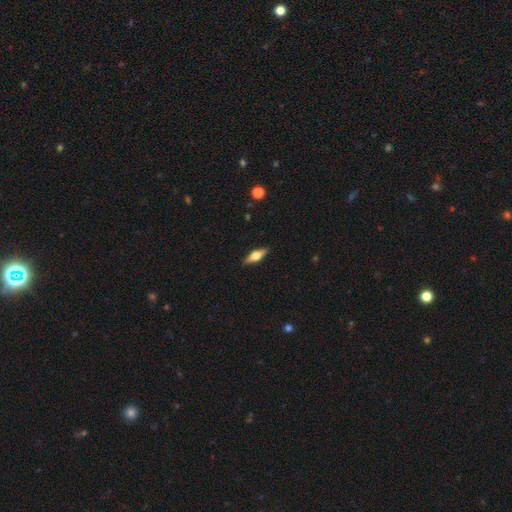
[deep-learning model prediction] Morphology: type=featured or disk (55%); edge-on=yes (94%); edge-on bulge=rounded (94%); merging=none (90%).